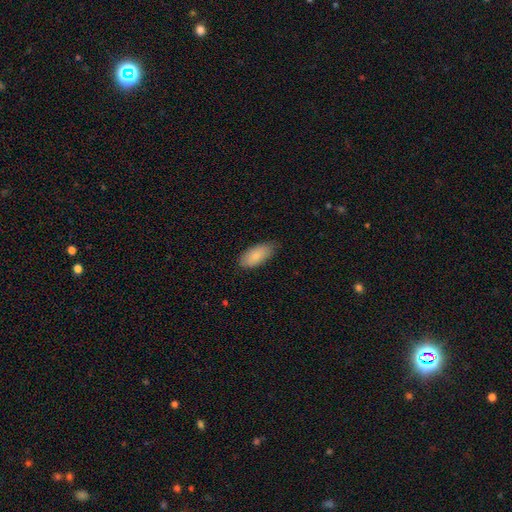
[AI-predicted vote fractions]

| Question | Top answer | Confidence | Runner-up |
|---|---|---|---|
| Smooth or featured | smooth | 83% | featured or disk (11%) |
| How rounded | in between | 91% | cigar-shaped (7%) |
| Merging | none | 73% | minor disturbance (23%) |